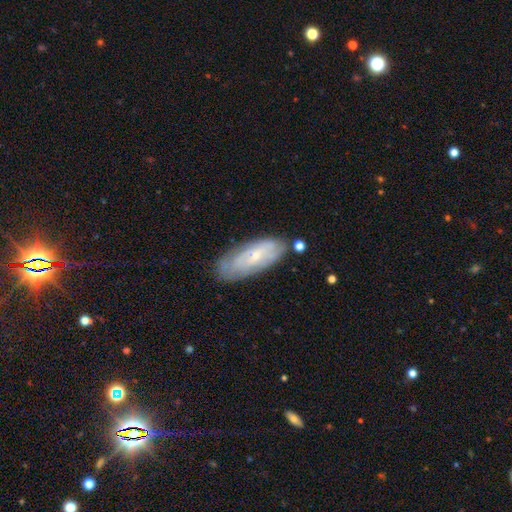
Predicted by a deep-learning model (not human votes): A featured or disk galaxy (56%). Merging: none (71%).